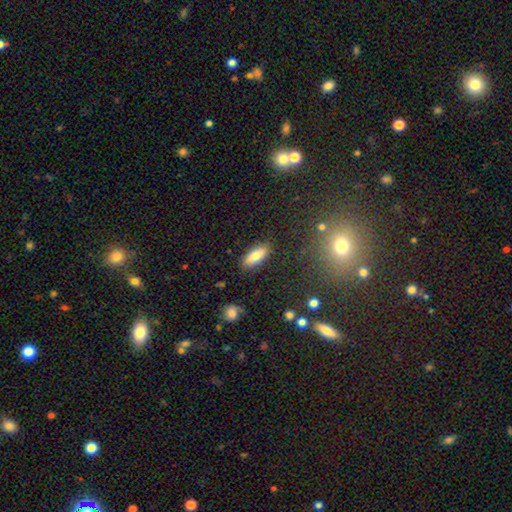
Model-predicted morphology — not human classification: Overall: smooth (79%). How rounded: in between (73%). Merging: none (87%).